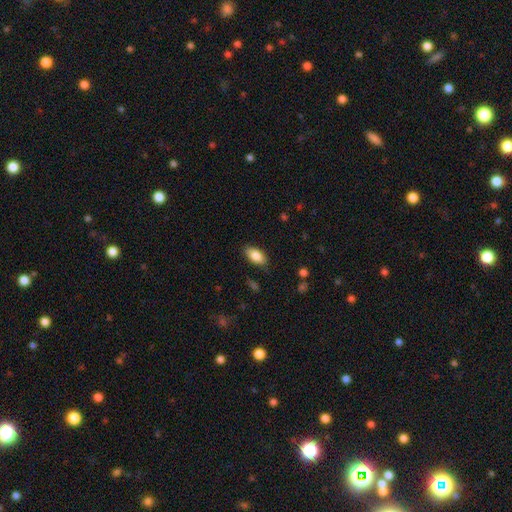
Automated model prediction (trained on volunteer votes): The model was most divided on "merging": none: 84%, minor disturbance: 12%, major disturbance: 3%, merger: 1%. More confident: how rounded — in between (91%); smooth or featured — smooth (85%).